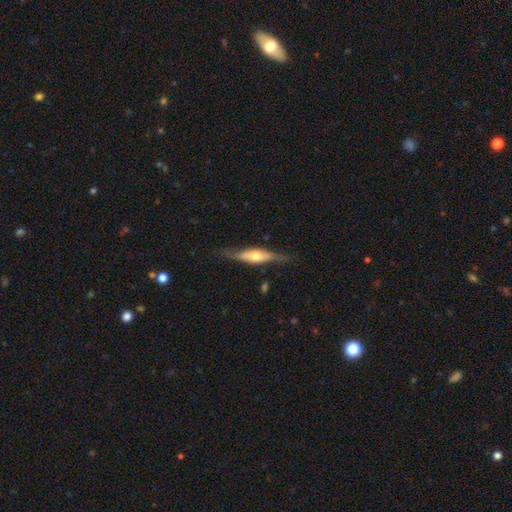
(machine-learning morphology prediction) Smooth or featured? featured or disk (61%)
Edge-on disk? yes (81%)
Merging? none (72%)